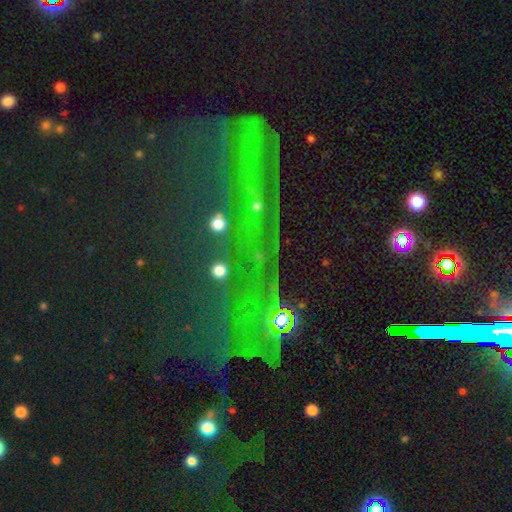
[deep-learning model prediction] The model was most divided on "smooth or featured": star or artifact: 70%, smooth: 16%, featured or disk: 14%.